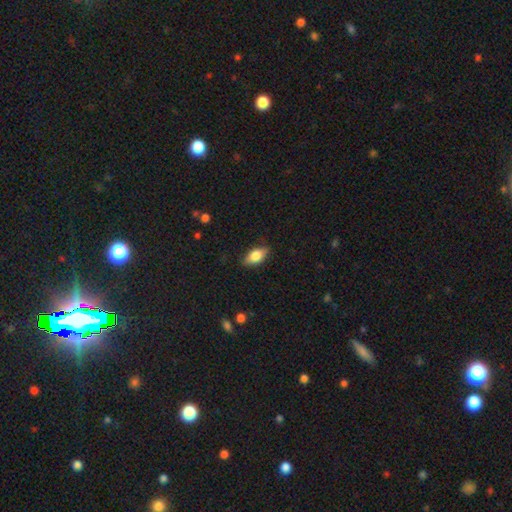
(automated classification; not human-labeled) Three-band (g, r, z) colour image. It shows a smooth galaxy with no disk features (74%) that is in between round and cigar-shaped (87%). Merging: none (81%).